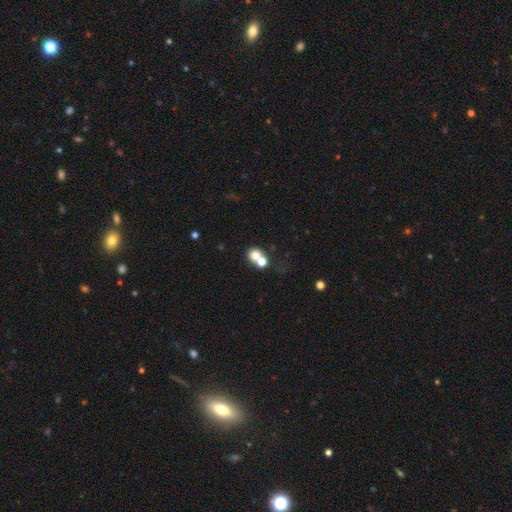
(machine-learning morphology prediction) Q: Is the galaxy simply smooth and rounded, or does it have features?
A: smooth — 71%.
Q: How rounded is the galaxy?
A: round — 76%.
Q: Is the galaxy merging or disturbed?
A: merger — 51%.